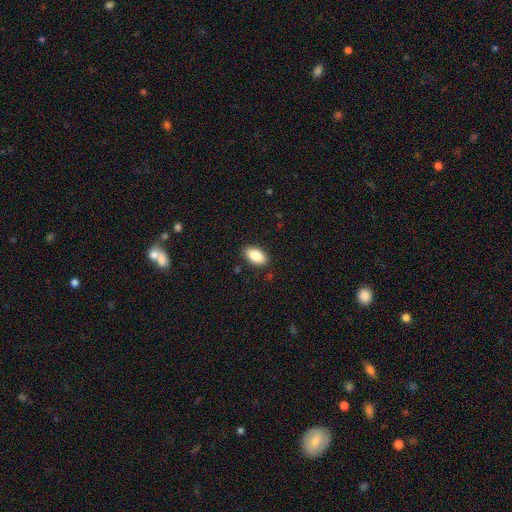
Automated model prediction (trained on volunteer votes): Smooth or featured?
  - smooth: 85% *
  - featured or disk: 8%
  - star or artifact: 7%
How rounded?
  - in between: 93% *
  - round: 4%
  - cigar-shaped: 3%
Merging?
  - none: 88% *
  - minor disturbance: 9%
  - major disturbance: 2%
  - merger: 1%